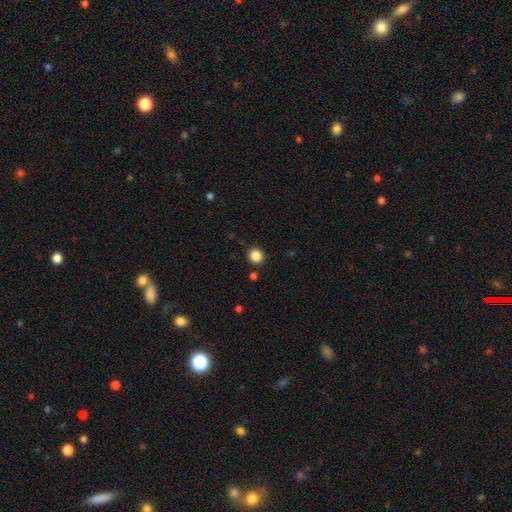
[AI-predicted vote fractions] This is clearly a smooth galaxy (86%). How rounded: likely round (79%). Merging: clearly none (88%).